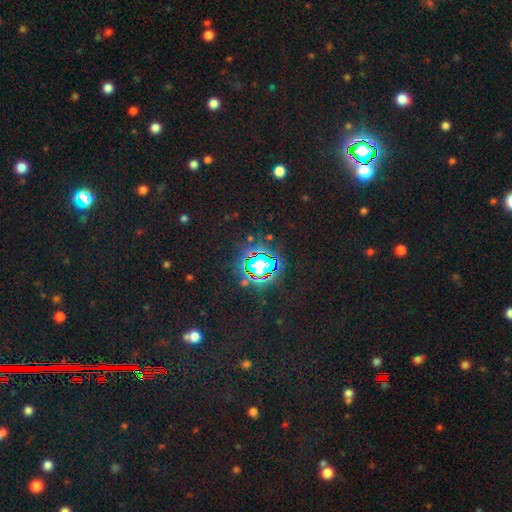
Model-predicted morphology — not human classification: smooth-or-featured: star or artifact: 79% | smooth: 13% | featured or disk: 8%